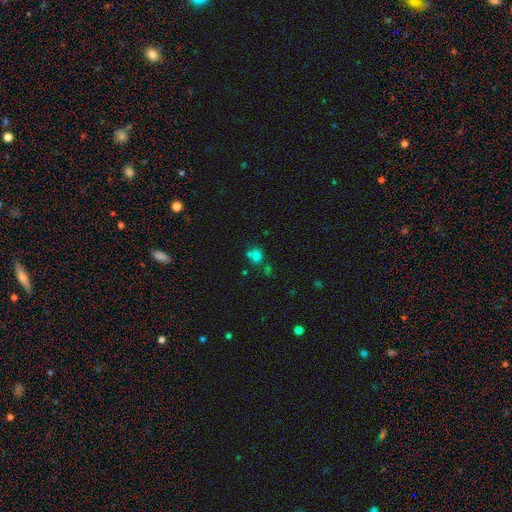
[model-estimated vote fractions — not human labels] This is likely a smooth galaxy (65%). How rounded: possibly in between (52%). Merging: possibly none (52%).